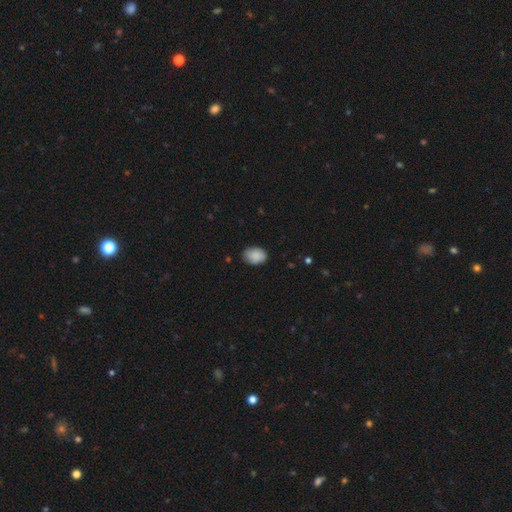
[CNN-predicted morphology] smooth_or_featured: smooth (p=0.88) [alt: star or artifact p=0.07]
how_rounded: in between (p=0.76) [alt: round p=0.23]
merging: none (p=0.79) [alt: minor disturbance p=0.17]